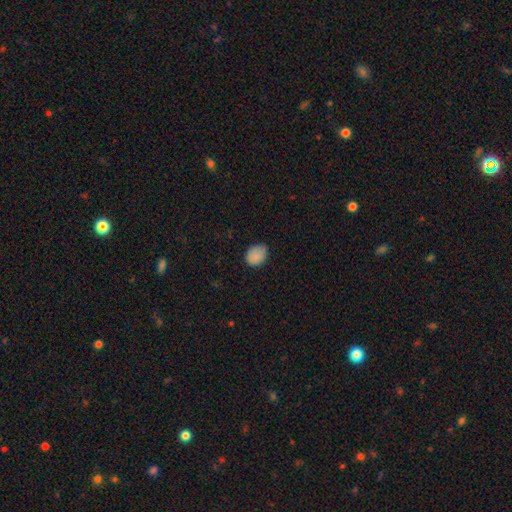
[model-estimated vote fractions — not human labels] Smooth or featured? smooth (84%)
How rounded? round (50%)
Merging? none (66%)